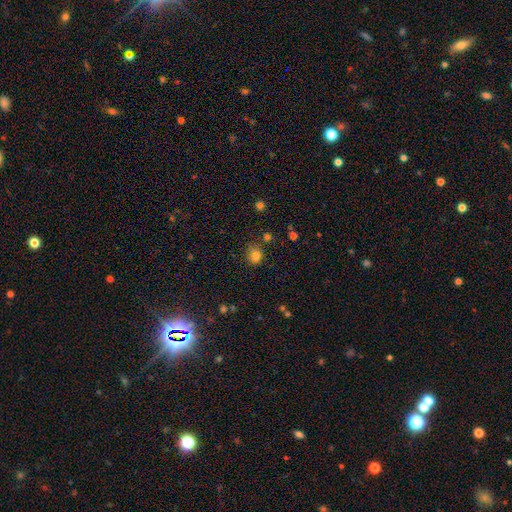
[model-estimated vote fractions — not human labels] A smooth galaxy with no disk features (80%) that is round (76%).

Vote fractions:
- Smooth or featured? smooth: 80% / star or artifact: 14% / featured or disk: 6%
- How rounded? round: 76% / in between: 23% / cigar-shaped: 1%
- Merging? none: 67% / minor disturbance: 21% / merger: 6% / major disturbance: 6%